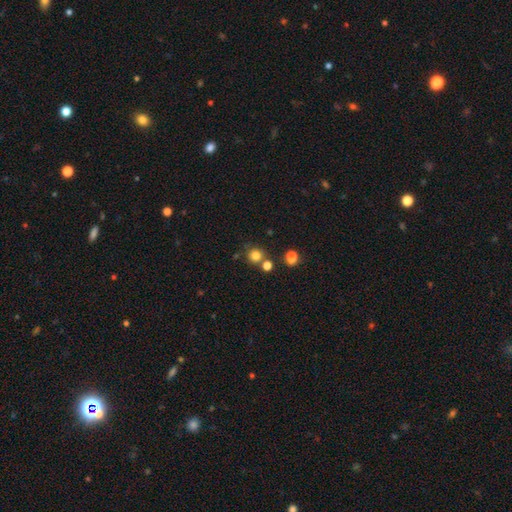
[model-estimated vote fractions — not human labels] Morphology: type=smooth (79%); roundness=round (89%); merging=none (70%).